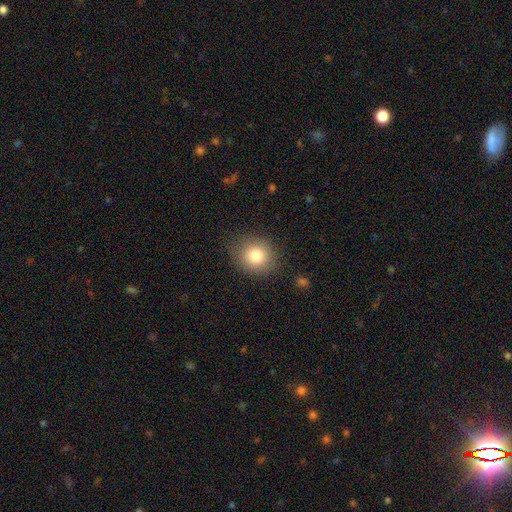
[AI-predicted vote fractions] This appears to be a smooth galaxy with no disk features (82%) that is round (78%). Merging: none (84%).